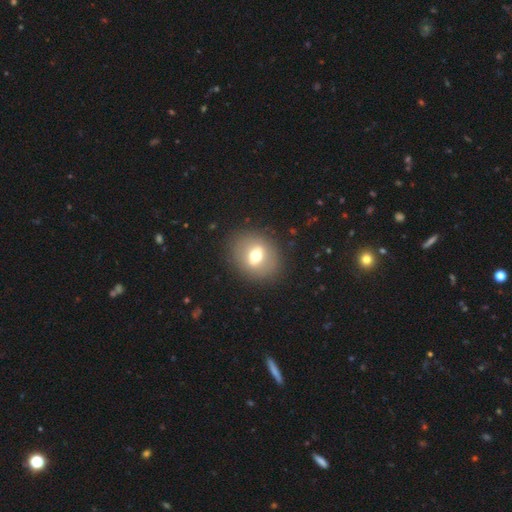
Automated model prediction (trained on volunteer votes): Smooth or featured? smooth (51%)
How rounded? round (61%)
Merging? none (85%)